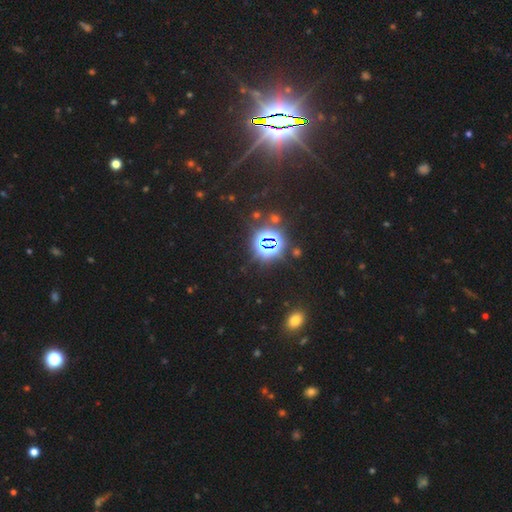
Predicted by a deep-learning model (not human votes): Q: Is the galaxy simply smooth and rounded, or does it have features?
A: star or artifact — 84%.